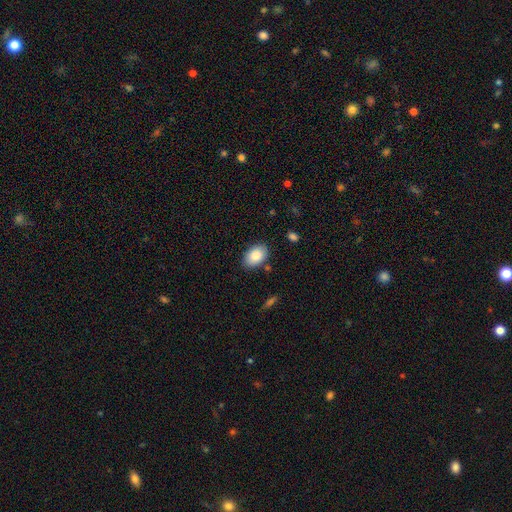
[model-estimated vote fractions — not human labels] Q: Smooth or featured?
A: smooth (86%); runner-up: featured or disk (7%)
Q: How rounded?
A: in between (89%); runner-up: round (10%)
Q: Merging?
A: none (84%); runner-up: minor disturbance (11%)